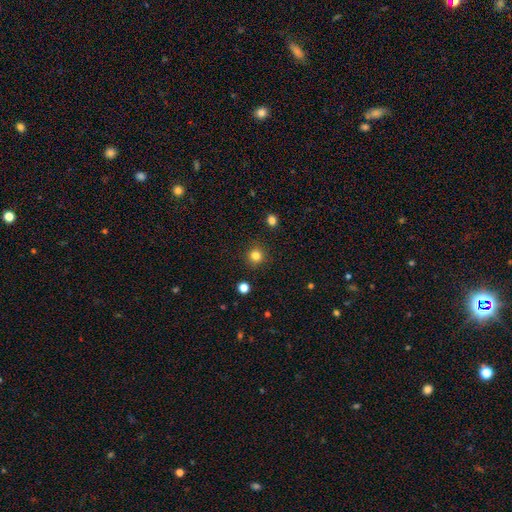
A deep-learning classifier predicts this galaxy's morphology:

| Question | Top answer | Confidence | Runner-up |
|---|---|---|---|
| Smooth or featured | smooth | 82% | star or artifact (13%) |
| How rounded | round | 93% | in between (6%) |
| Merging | none | 90% | minor disturbance (6%) |